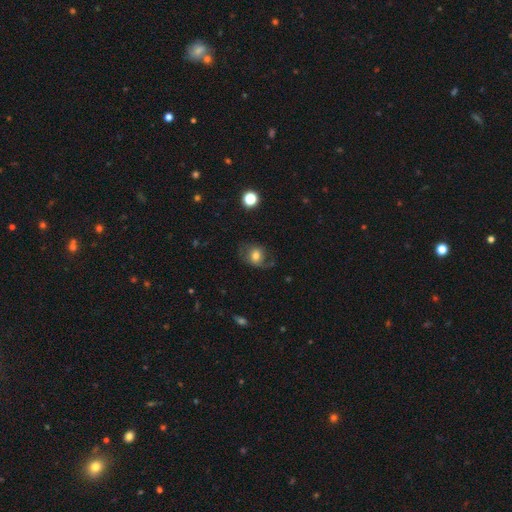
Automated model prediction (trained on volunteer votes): Smooth or featured? smooth (61%)
How rounded? round (60%)
Merging? none (57%)